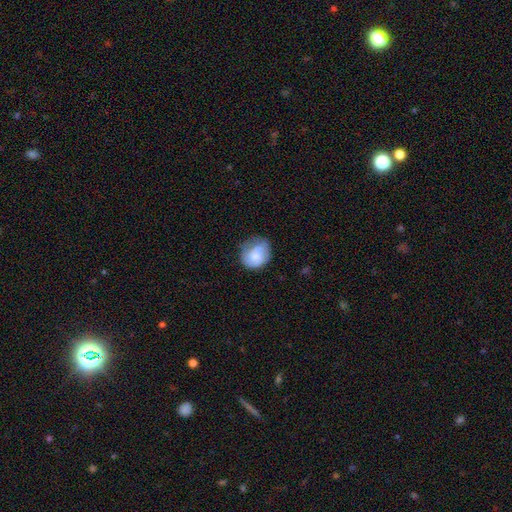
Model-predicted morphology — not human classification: Smooth or featured? smooth (61%)
How rounded? round (66%)
Merging? none (54%)